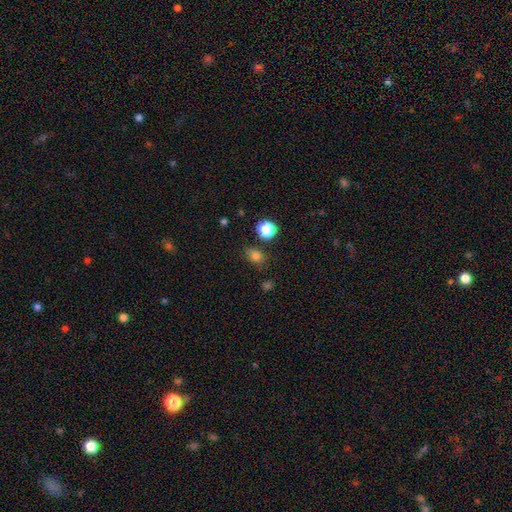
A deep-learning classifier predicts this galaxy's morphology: Smooth or featured?
  - smooth: 78% *
  - star or artifact: 17%
  - featured or disk: 5%
How rounded?
  - round: 50% *
  - in between: 48%
  - cigar-shaped: 2%
Merging?
  - none: 74% *
  - minor disturbance: 17%
  - major disturbance: 5%
  - merger: 4%